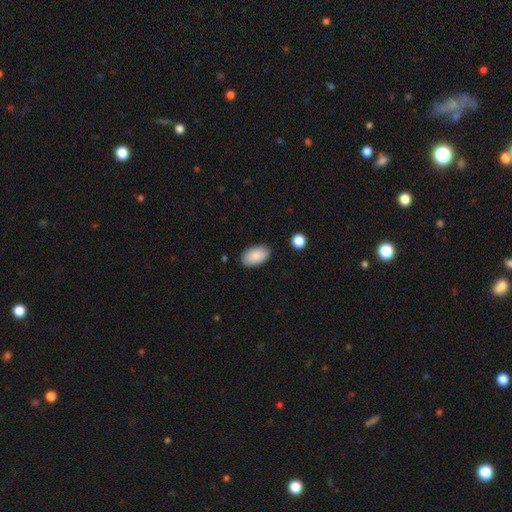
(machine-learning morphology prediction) smooth 89%, star or artifact 6%, featured or disk 5%. Down the decision tree: how rounded — in between (95%); merging — none (85%).